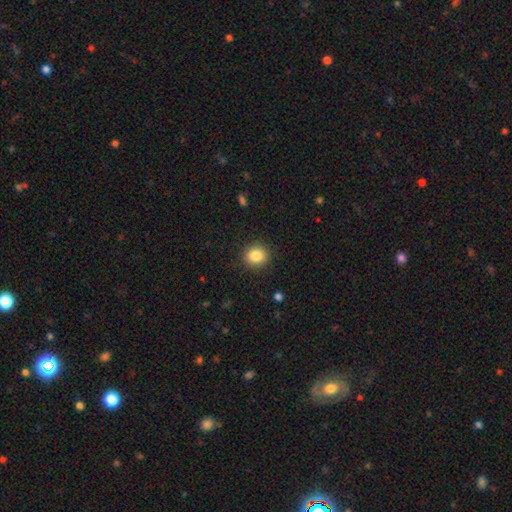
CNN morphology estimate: Smooth or featured?
  - smooth: 85% *
  - star or artifact: 10%
  - featured or disk: 5%
How rounded?
  - round: 83% *
  - in between: 16%
  - cigar-shaped: 1%
Merging?
  - none: 90% *
  - minor disturbance: 7%
  - major disturbance: 2%
  - merger: 1%